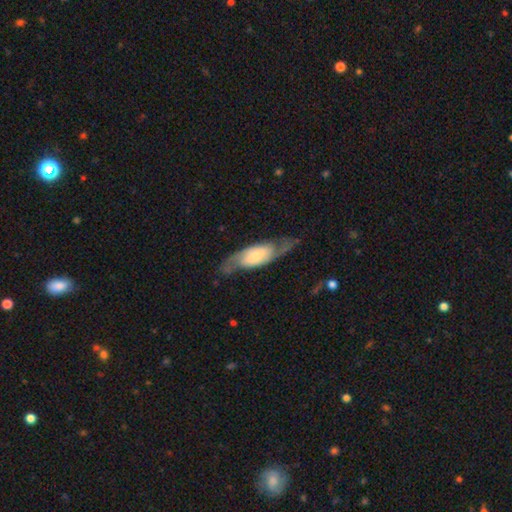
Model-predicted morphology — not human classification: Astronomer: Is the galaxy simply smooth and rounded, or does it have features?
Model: featured or disk — 68%.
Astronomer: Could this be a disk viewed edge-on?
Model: no — 86%.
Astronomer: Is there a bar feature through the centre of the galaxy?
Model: no — 50% (runner-up: weak, 33%).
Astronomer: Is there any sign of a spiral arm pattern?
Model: yes — 91%.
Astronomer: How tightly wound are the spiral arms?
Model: medium — 43% (runner-up: loose, 38%).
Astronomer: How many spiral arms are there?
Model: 2 — 88%.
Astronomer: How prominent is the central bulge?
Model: small — 45% (runner-up: moderate, 25%).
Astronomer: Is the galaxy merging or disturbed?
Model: none — 68%.